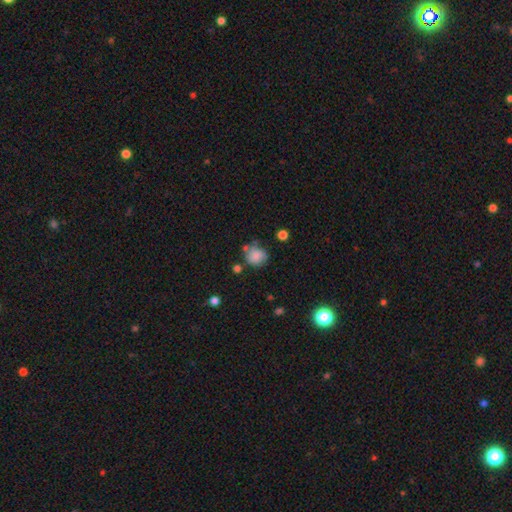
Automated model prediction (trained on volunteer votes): smooth 75%, featured or disk 15%, star or artifact 10%. Down the decision tree: how rounded — round (75%); merging — none (52%).